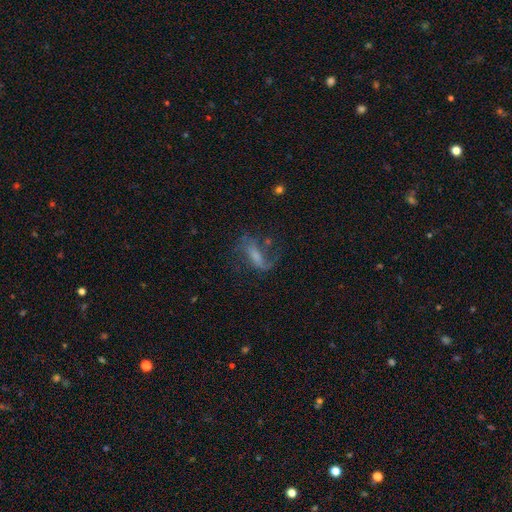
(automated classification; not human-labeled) smooth-or-featured: featured or disk: 61% | smooth: 27% | star or artifact: 12%
  disk-edge-on: no: 88% | yes: 12%
    bar: no: 37% (tied) | weak: 37% (tied) | strong: 26%
    has-spiral-arms: yes: 77% | no: 23%
    bulge-size: small: 36% | none: 28% | moderate: 27% | large: 7% | dominant: 2%
  merging: none: 45% | major disturbance: 31% | minor disturbance: 20% | merger: 4%